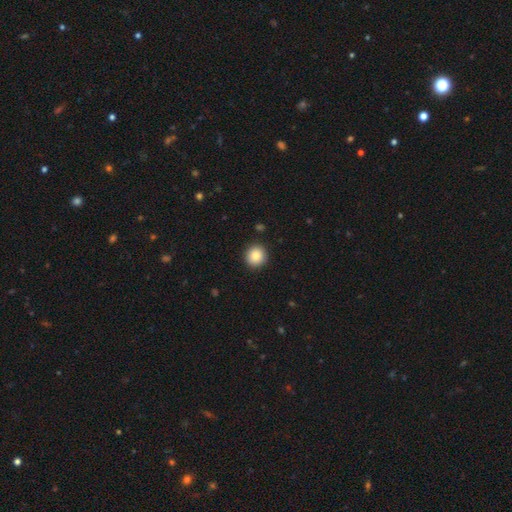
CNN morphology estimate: smooth_or_featured: smooth (p=0.86) [alt: star or artifact p=0.09]
how_rounded: round (p=0.92) [alt: in between p=0.07]
merging: none (p=0.91) [alt: minor disturbance p=0.06]